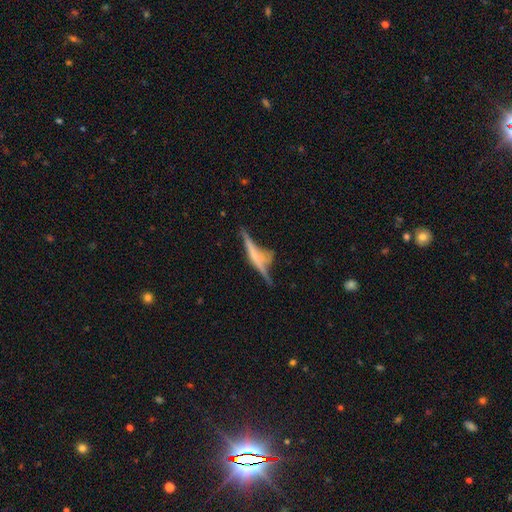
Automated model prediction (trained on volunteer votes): This appears to be a featured or disk galaxy (63%) viewed edge-on (91%) with a rounded central bulge (43%). Merging: none (50%).